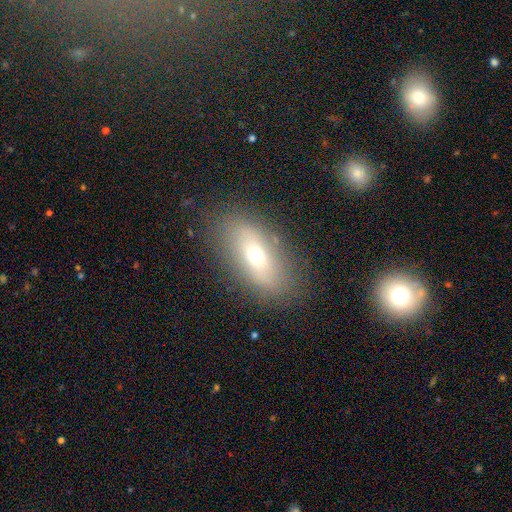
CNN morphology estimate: Smooth or featured? smooth (57%)
How rounded? in between (82%)
Merging? none (80%)